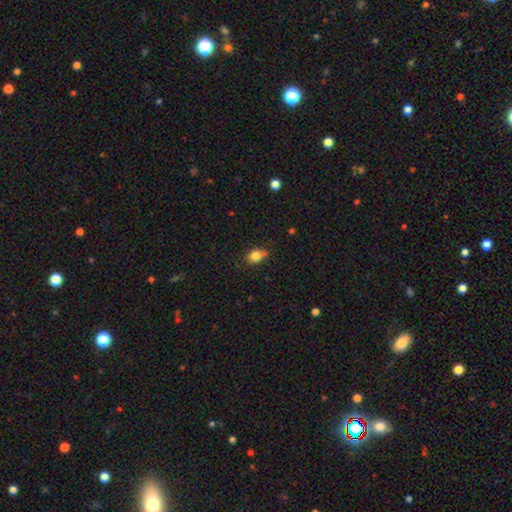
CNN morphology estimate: smooth-or-featured: smooth: 82% | star or artifact: 11% | featured or disk: 8%
  how-rounded: in between: 50% | round: 49% | cigar-shaped: 1%
  merging: none: 59% | minor disturbance: 25% | merger: 10% | major disturbance: 6%